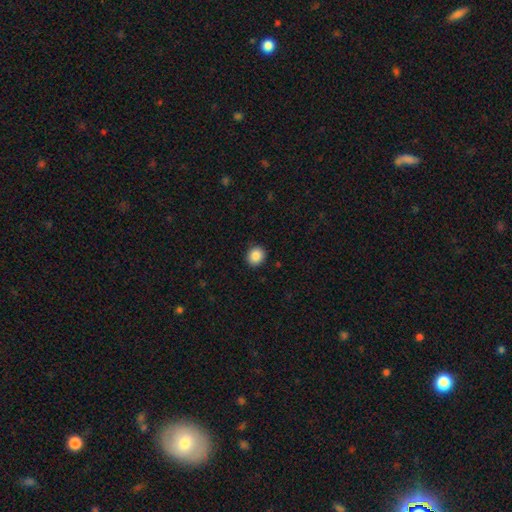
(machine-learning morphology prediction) This appears to be a smooth galaxy with no disk features (87%) that is round (80%). Merging: none (90%).